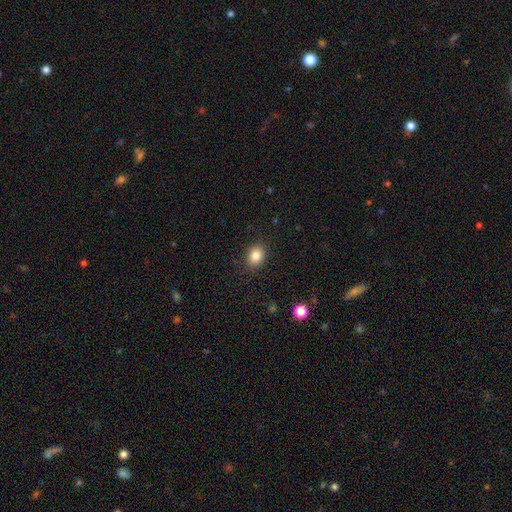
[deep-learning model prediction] Q: Smooth or featured?
A: smooth (85%); runner-up: star or artifact (10%)
Q: How rounded?
A: in between (56%); runner-up: round (43%)
Q: Merging?
A: none (87%); runner-up: minor disturbance (9%)